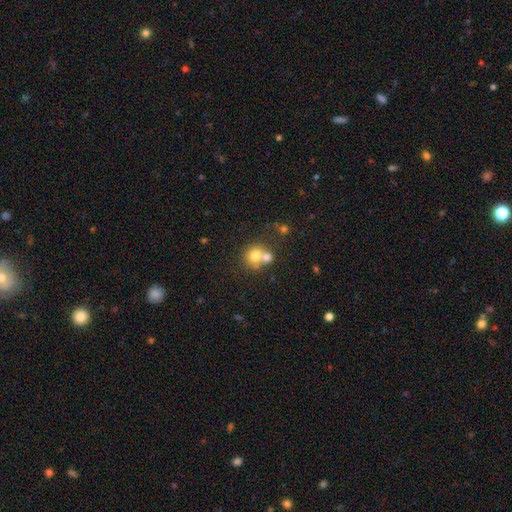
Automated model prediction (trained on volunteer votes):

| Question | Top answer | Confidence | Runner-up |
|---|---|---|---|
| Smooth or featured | smooth | 71% | featured or disk (17%) |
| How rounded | round | 79% | in between (20%) |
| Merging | merger | 53% | none (36%) |